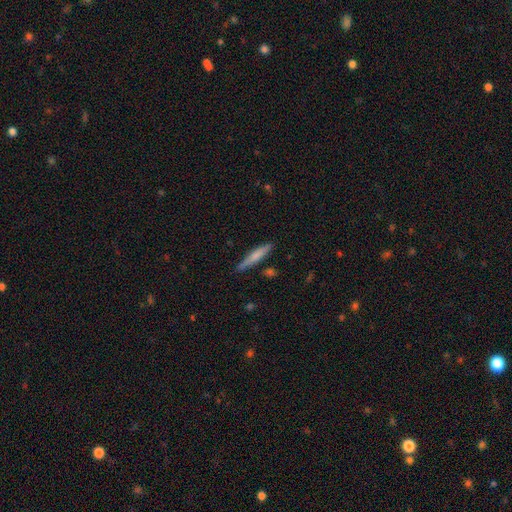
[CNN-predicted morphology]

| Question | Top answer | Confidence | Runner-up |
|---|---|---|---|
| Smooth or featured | smooth | 62% | featured or disk (33%) |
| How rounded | cigar-shaped | 92% | in between (6%) |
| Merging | none | 83% | minor disturbance (12%) |